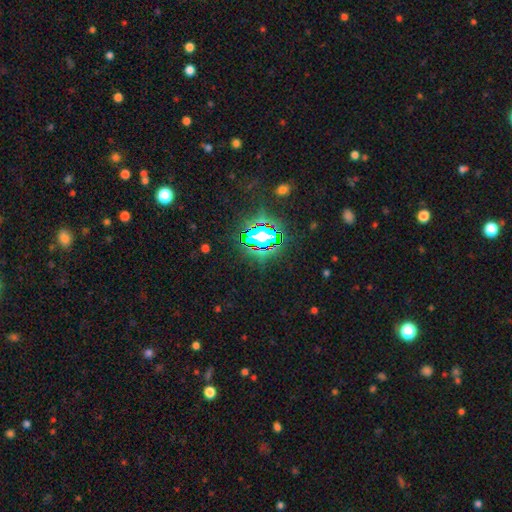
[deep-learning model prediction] This is clearly a star or artifact rather than a galaxy (81%).